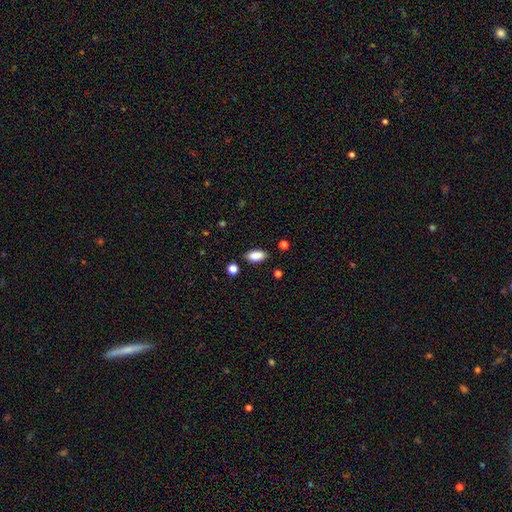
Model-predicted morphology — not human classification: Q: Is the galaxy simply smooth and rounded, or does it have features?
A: smooth — 87%.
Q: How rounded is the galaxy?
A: in between — 90%.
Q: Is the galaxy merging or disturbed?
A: none — 85%.